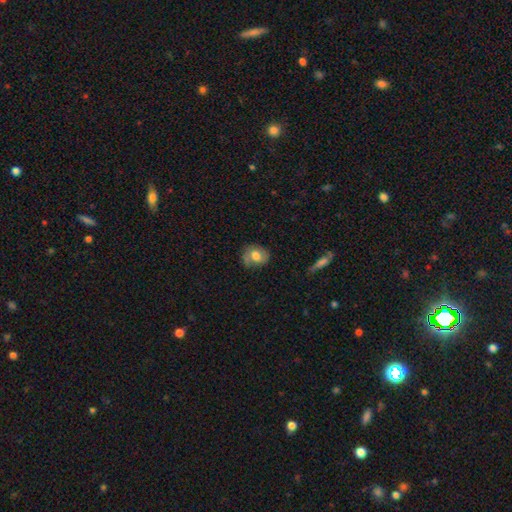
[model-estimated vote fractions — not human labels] Overall: smooth (63%; featured or disk 29%). How rounded: round (58%; in between 41%). Merging: none (68%).